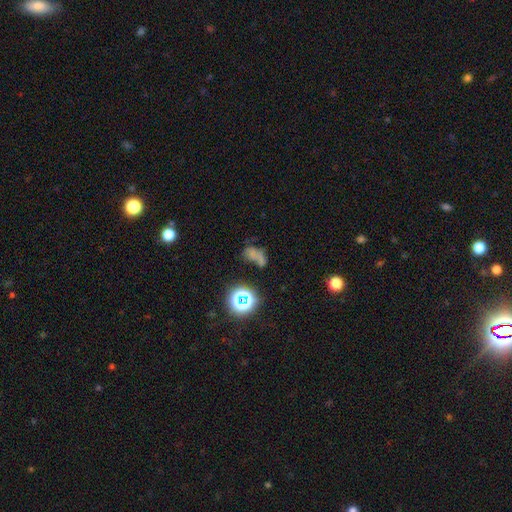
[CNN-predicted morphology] Q: Smooth or featured?
A: smooth (49%); runner-up: star or artifact (29%)
Q: Merging?
A: none (31%); runner-up: merger (28%)